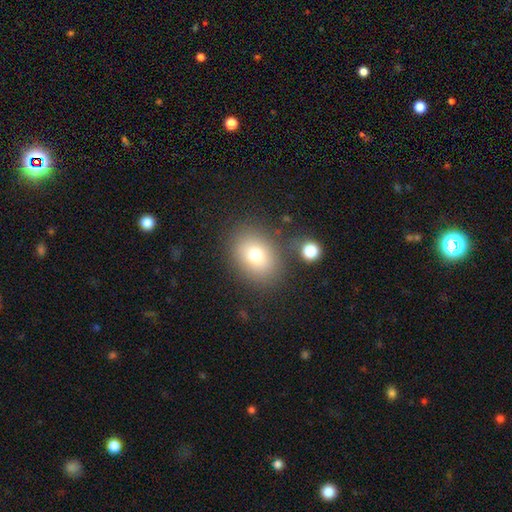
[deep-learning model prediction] Q: Smooth or featured?
A: smooth (76%); runner-up: featured or disk (12%)
Q: How rounded?
A: in between (59%); runner-up: round (40%)
Q: Merging?
A: none (76%); runner-up: minor disturbance (11%)